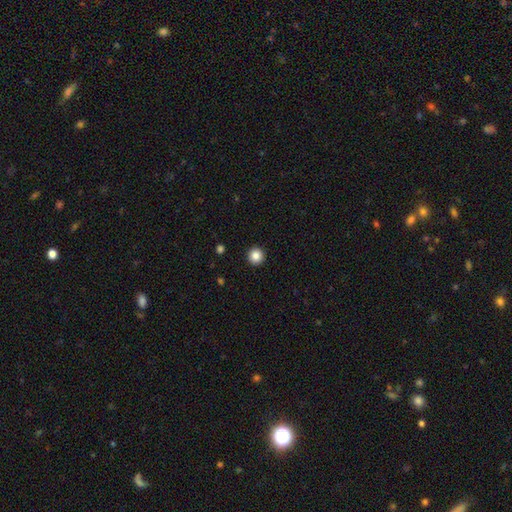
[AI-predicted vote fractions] smooth-or-featured: smooth: 86% | star or artifact: 10% | featured or disk: 4%
  how-rounded: round: 96% | in between: 4% | cigar-shaped: 1%
  merging: none: 94% | minor disturbance: 4% | major disturbance: 1% | merger: 1%